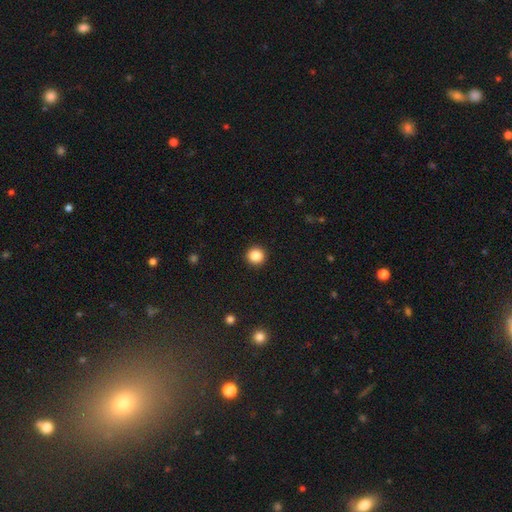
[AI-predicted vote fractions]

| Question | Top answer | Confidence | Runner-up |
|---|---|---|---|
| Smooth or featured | smooth | 86% | star or artifact (10%) |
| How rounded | round | 95% | in between (4%) |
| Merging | none | 93% | minor disturbance (4%) |